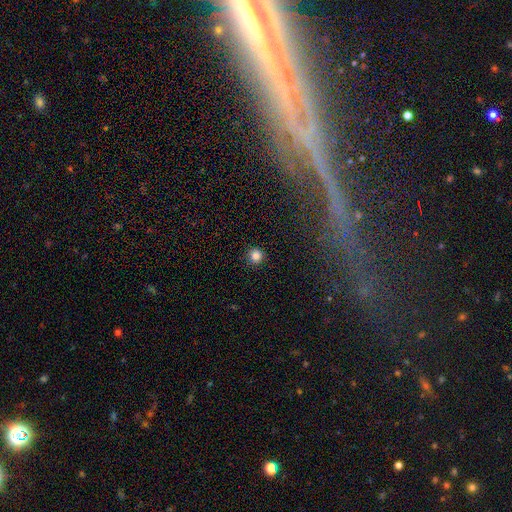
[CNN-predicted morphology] smooth 84%, star or artifact 12%, featured or disk 4%. Down the decision tree: how rounded — round (95%); merging — none (91%).